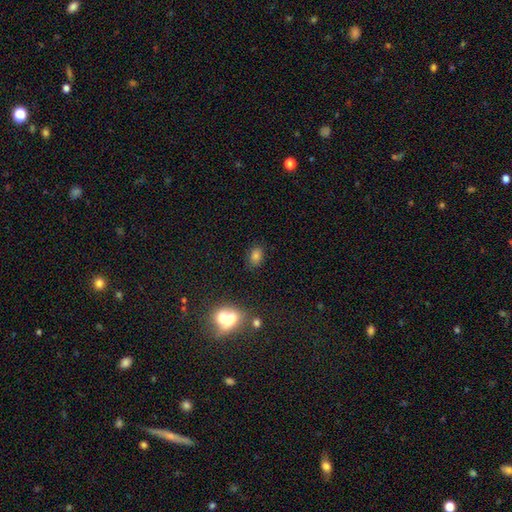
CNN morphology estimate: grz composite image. It shows a smooth galaxy with no disk features (77%) that is in between round and cigar-shaped (73%). Merging: none (79%).